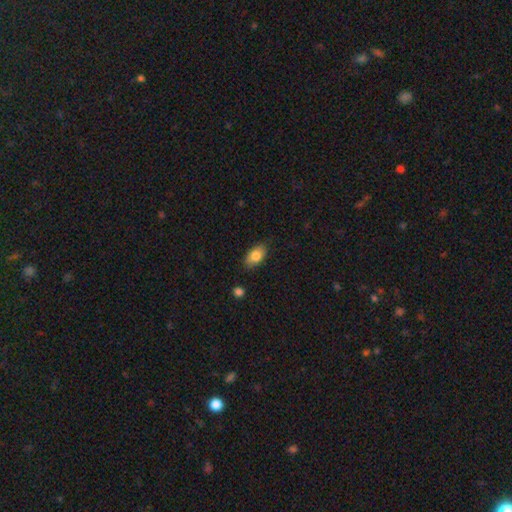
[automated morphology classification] smooth_or_featured: smooth (p=0.81) [alt: featured or disk p=0.12]
how_rounded: in between (p=0.90) [alt: round p=0.06]
merging: none (p=0.83) [alt: minor disturbance p=0.13]